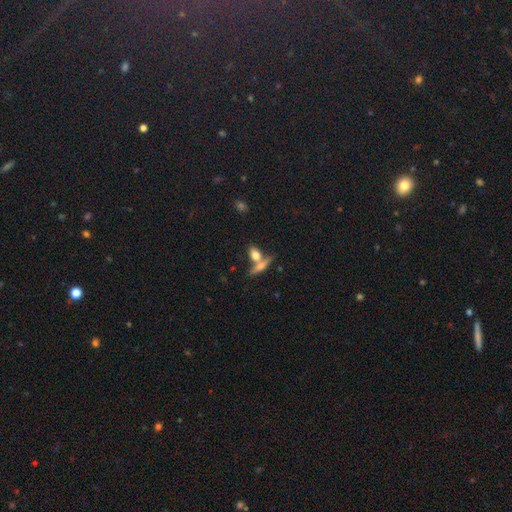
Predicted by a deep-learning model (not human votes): Overall: smooth (66%). How rounded: in between (59%; cigar-shaped 26%). Merging: none (48%; merger 39%).